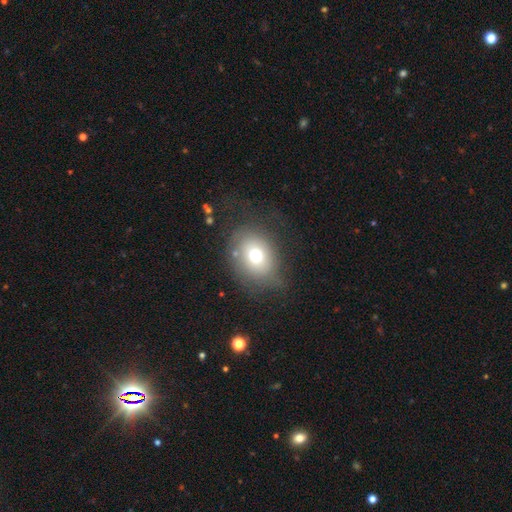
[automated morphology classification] Smooth or featured?
  - smooth: 68% *
  - featured or disk: 19%
  - star or artifact: 13%
How rounded?
  - round: 50% *
  - in between: 49%
  - cigar-shaped: 1%
Merging?
  - none: 63% *
  - minor disturbance: 21%
  - major disturbance: 14%
  - merger: 2%